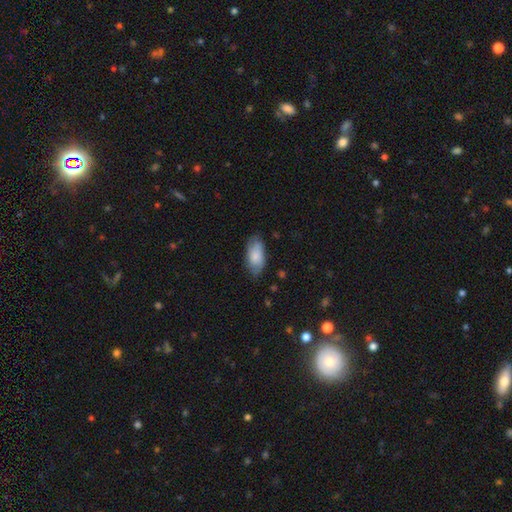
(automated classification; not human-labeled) Smooth or featured?
  - smooth: 76% *
  - featured or disk: 18%
  - star or artifact: 6%
How rounded?
  - in between: 91% *
  - cigar-shaped: 6%
  - round: 3%
Merging?
  - none: 72% *
  - minor disturbance: 22%
  - major disturbance: 5%
  - merger: 1%